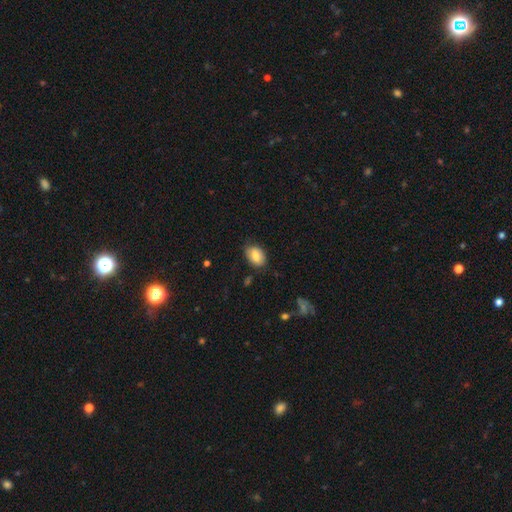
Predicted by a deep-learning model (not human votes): A smooth galaxy with no disk features (78%) that is in between round and cigar-shaped (86%).

Vote fractions:
- Smooth or featured? smooth: 78% / featured or disk: 15% / star or artifact: 7%
- How rounded? in between: 86% / round: 13% / cigar-shaped: 1%
- Merging? none: 73% / minor disturbance: 21% / major disturbance: 4% / merger: 2%